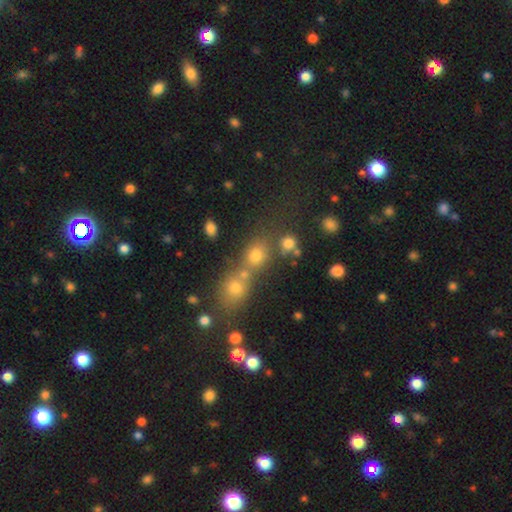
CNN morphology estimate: Q: Smooth or featured?
A: smooth (67%); runner-up: star or artifact (21%)
Q: How rounded?
A: round (72%); runner-up: in between (26%)
Q: Merging?
A: none (49%); runner-up: merger (37%)